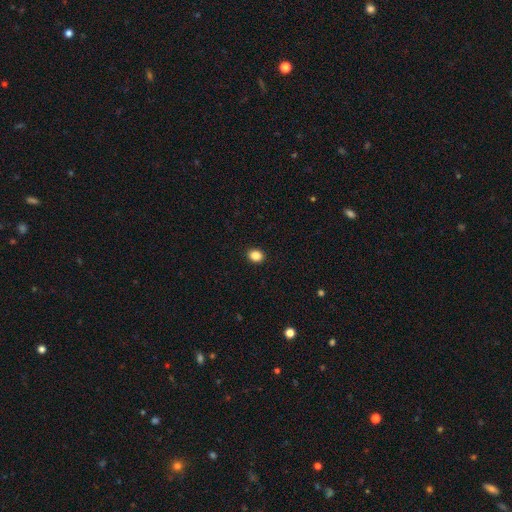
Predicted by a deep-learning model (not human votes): Smooth or featured: smooth — 86% (star or artifact — 10%)
How rounded: round — 59% (in between — 40%)
Merging: none — 92% (minor disturbance — 5%)